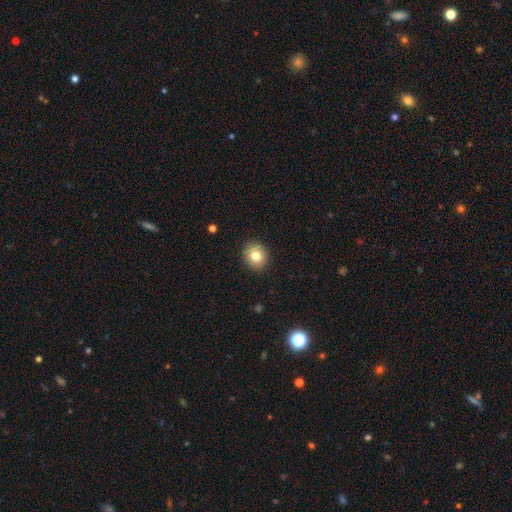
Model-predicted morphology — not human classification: Overall: smooth (80%). How rounded: round (78%). Merging: none (90%).